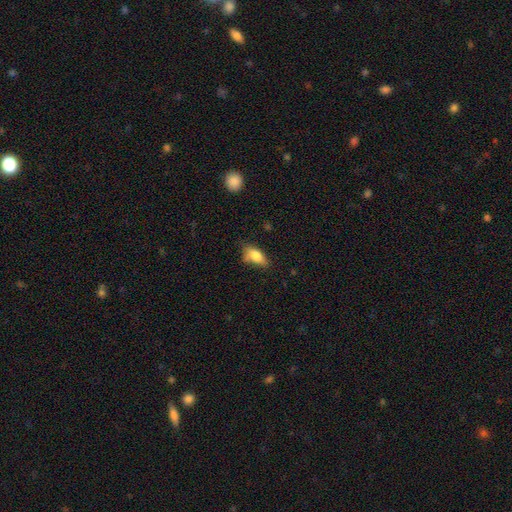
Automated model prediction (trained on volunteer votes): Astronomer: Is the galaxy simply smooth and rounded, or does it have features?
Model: smooth — 78%.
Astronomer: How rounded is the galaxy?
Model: in between — 86%.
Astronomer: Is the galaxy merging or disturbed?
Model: none — 49% (runner-up: minor disturbance, 33%).